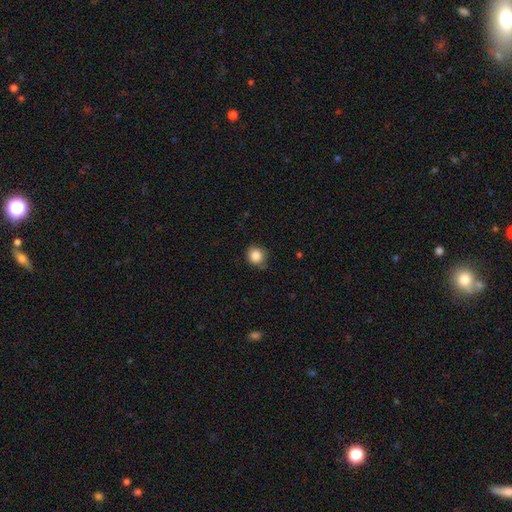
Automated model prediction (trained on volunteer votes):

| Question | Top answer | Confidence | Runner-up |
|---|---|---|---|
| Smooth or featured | smooth | 86% | star or artifact (10%) |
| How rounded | round | 89% | in between (10%) |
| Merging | none | 80% | minor disturbance (16%) |